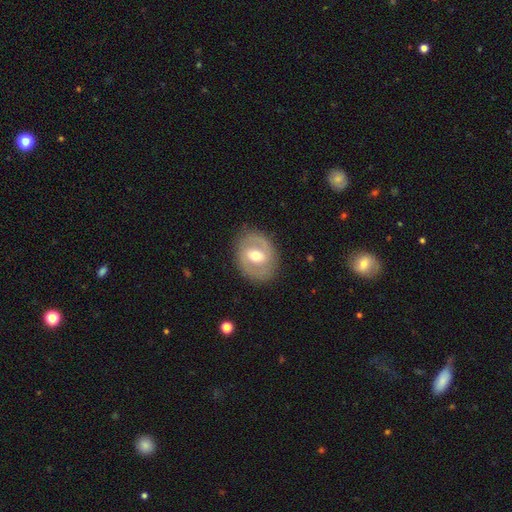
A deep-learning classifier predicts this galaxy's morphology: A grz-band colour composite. It shows a featured or disk galaxy (64%) with a weak bar (45%), spiral arms (53%) and a moderate central bulge (73%). Merging: none (83%).